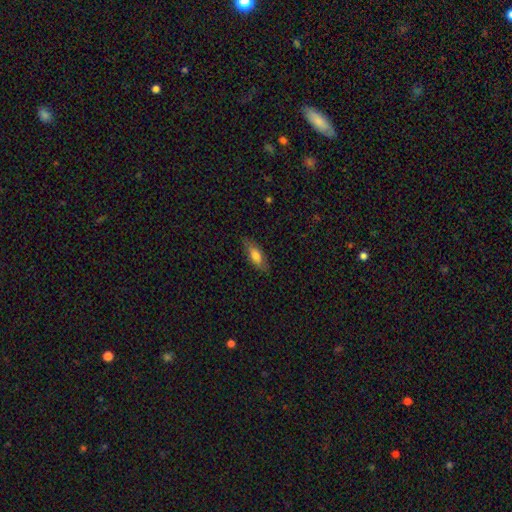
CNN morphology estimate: The model was most divided on "how rounded": in between: 69%, cigar-shaped: 28%, round: 3%. More confident: merging — none (81%); smooth or featured — smooth (69%).